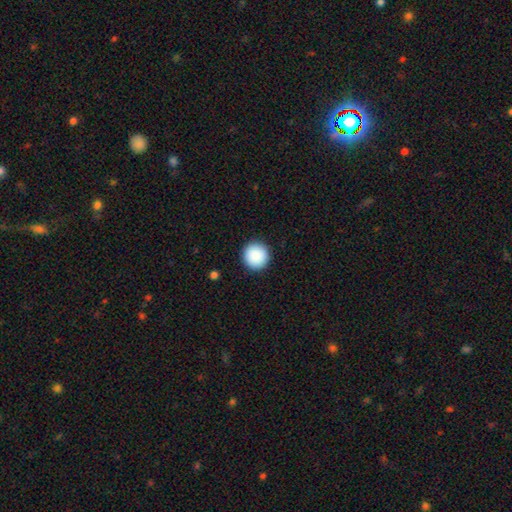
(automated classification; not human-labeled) Smooth or featured? Predicted: smooth (p=0.89). How rounded? Predicted: round (p=0.96). Merging? Predicted: none (p=0.93).